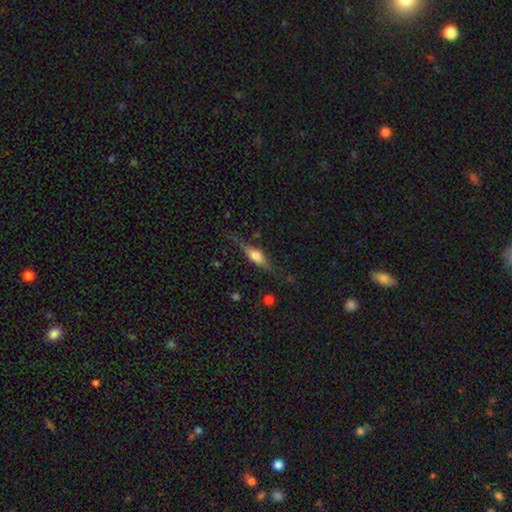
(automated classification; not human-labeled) A featured or disk galaxy (58%) viewed edge-on (94%) with a rounded central bulge (87%).

Vote fractions:
- Smooth or featured? featured or disk: 58% / smooth: 35% / star or artifact: 7%
- Edge-on disk? yes: 94% / no: 6%
- Edge-on bulge? rounded: 87% / boxy: 10% / none: 3%
- Merging? none: 74% / minor disturbance: 17% / major disturbance: 6% / merger: 2%